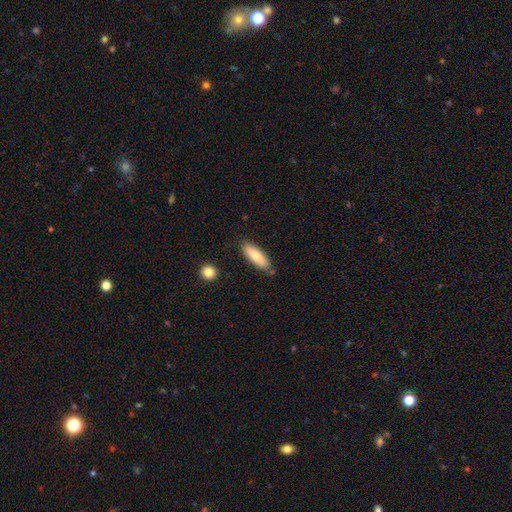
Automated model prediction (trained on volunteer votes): smooth 76%, featured or disk 18%, star or artifact 6%. Down the decision tree: how rounded — in between (50%); merging — none (80%).